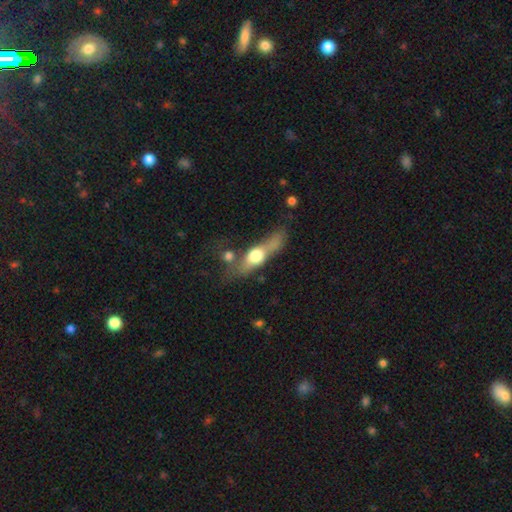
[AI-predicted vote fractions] This appears to be a featured or disk galaxy (49%). Merging: none (43%).